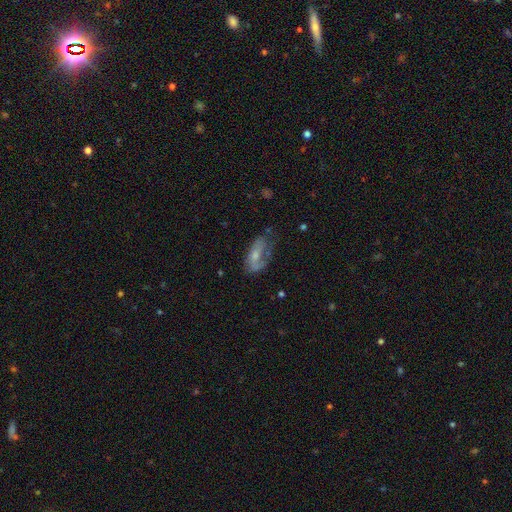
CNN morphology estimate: Smooth or featured: featured or disk — 50% (smooth — 43%)
Merging: none — 40% (minor disturbance — 30%)